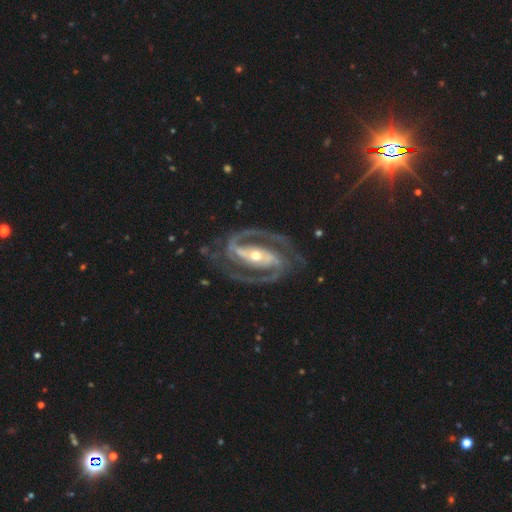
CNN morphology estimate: This appears to be a featured or disk galaxy (94%) with a strong bar (63%), 2 (91%) medium (54%) spiral arms (98%) and a moderate central bulge (49%). Merging: none (79%).